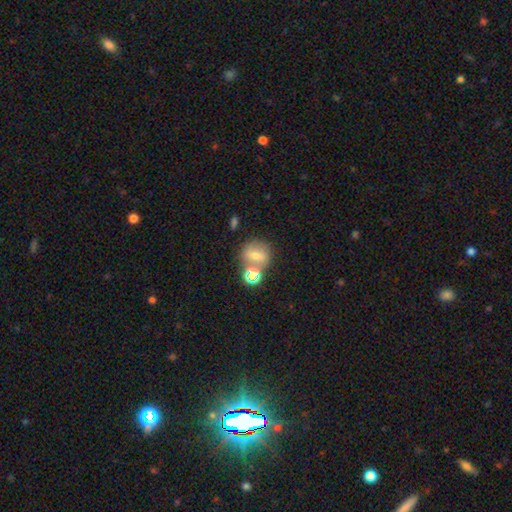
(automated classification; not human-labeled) smooth-or-featured: smooth: 58% | featured or disk: 25% | star or artifact: 17%
  how-rounded: round: 71% | in between: 27% | cigar-shaped: 2%
  merging: none: 55% | merger: 26% | minor disturbance: 13% | major disturbance: 6%